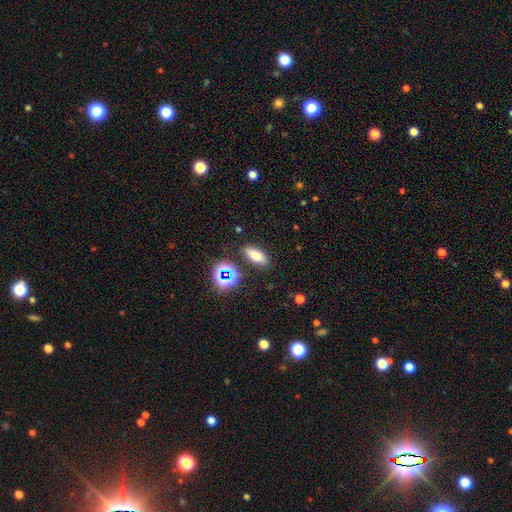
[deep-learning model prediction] Smooth or featured? Predicted: smooth (p=0.68). How rounded? Predicted: in between (p=0.71). Merging? Predicted: none (p=0.84).